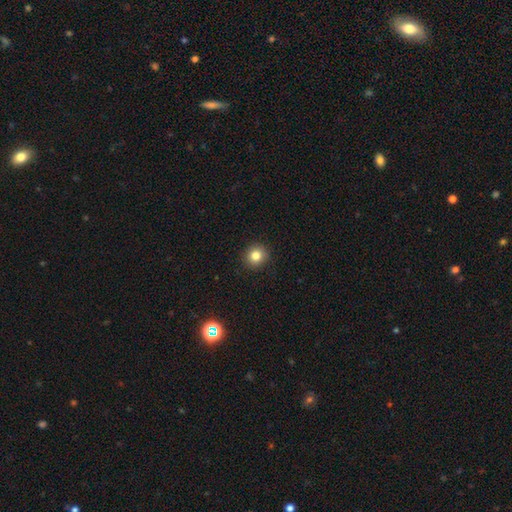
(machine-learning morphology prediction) A smooth galaxy with no disk features (82%) that is round (88%).

Vote fractions:
- Smooth or featured? smooth: 82% / star or artifact: 12% / featured or disk: 6%
- How rounded? round: 88% / in between: 11% / cigar-shaped: 1%
- Merging? none: 91% / minor disturbance: 6% / major disturbance: 2% / merger: 1%